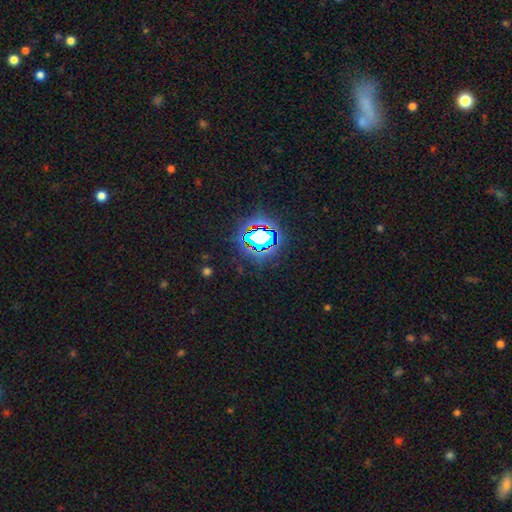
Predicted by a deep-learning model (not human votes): A star or artifact, not a galaxy (79%).

Vote fractions:
- Smooth or featured? star or artifact: 79% / smooth: 13% / featured or disk: 8%